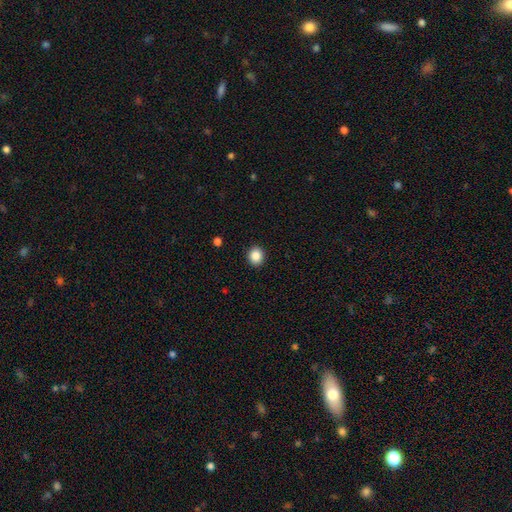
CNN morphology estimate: Q: Smooth or featured?
A: smooth (87%); runner-up: star or artifact (9%)
Q: How rounded?
A: round (78%); runner-up: in between (21%)
Q: Merging?
A: none (92%); runner-up: minor disturbance (5%)